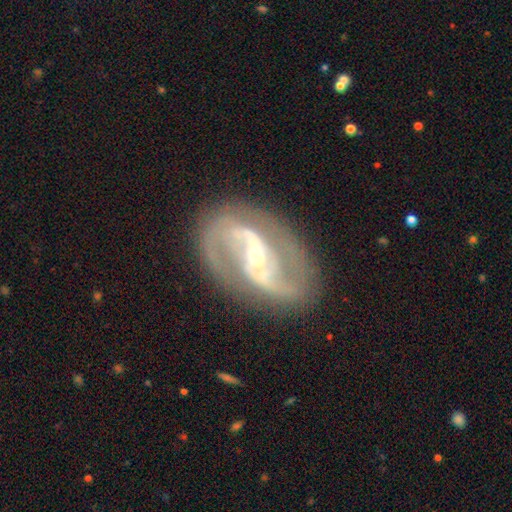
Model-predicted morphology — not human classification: Q: Smooth or featured?
A: featured or disk (89%); runner-up: star or artifact (6%)
Q: Edge-on disk?
A: no (96%); runner-up: yes (4%)
Q: Bar?
A: strong (38%); runner-up: weak (37%)
Q: Spiral arms?
A: yes (96%); runner-up: no (4%)
Q: Spiral winding?
A: medium (54%); runner-up: loose (23%)
Q: Spiral arm count?
A: 2 (88%); runner-up: can't tell (4%)
Q: Bulge size?
A: small (60%); runner-up: moderate (36%)
Q: Merging?
A: none (79%); runner-up: minor disturbance (13%)